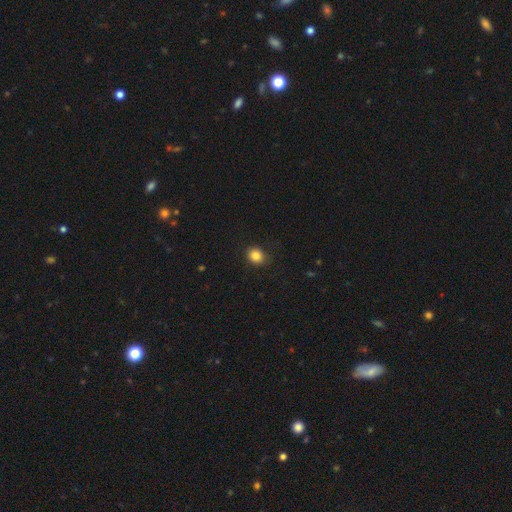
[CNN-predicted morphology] smooth-or-featured: smooth: 85% | star or artifact: 10% | featured or disk: 5%
  how-rounded: round: 64% | in between: 35% | cigar-shaped: 1%
  merging: none: 87% | minor disturbance: 10% | major disturbance: 3% | merger: 1%